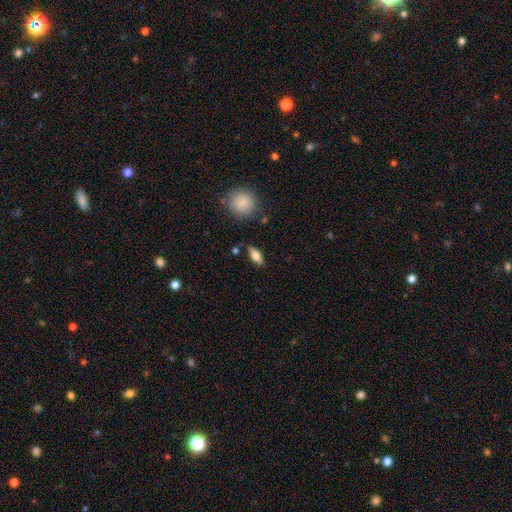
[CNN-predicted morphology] Overall: smooth (71%). How rounded: in between (78%). Merging: none (82%).